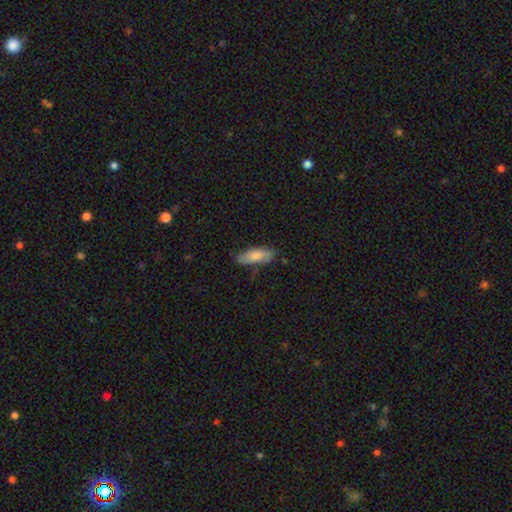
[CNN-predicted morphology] A smooth galaxy with no disk features (74%) that is in between round and cigar-shaped (64%). Merging: none (77%).